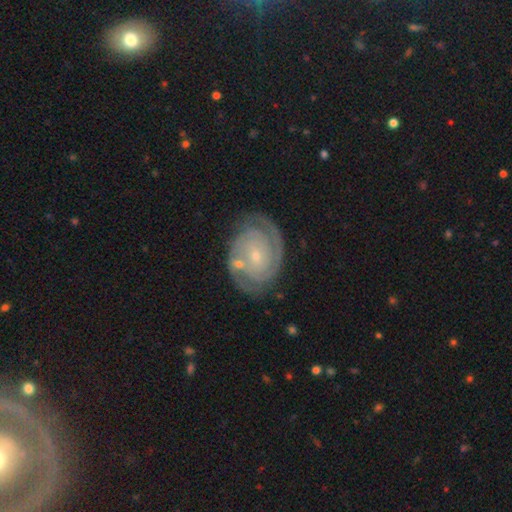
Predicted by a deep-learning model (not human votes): A featured or disk galaxy (87%) with no bar (66%), 2 (69%) tight (77%) spiral arms (97%) and a small central bulge (79%). Merging: none (74%).